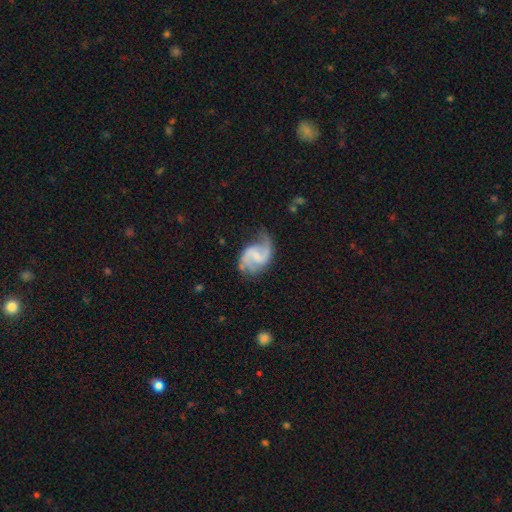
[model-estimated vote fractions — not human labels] Smooth or featured?
  - featured or disk: 84% *
  - smooth: 11%
  - star or artifact: 5%
Edge-on disk?
  - no: 98% *
  - yes: 2%
Bar?
  - weak: 55% *
  - no: 24%
  - strong: 20%
Spiral arms?
  - yes: 95% *
  - no: 5%
Spiral winding?
  - loose: 45% *
  - medium: 43%
  - tight: 12%
Spiral arm count?
  - 2: 87% *
  - 1: 5%
  - can't tell: 4%
  - 3: 2%
  - 4: 1%
  - more than 4: 1%
Bulge size?
  - none: 40% *
  - small: 38%
  - moderate: 18%
  - large: 3%
  - dominant: 1%
Merging?
  - none: 57% *
  - minor disturbance: 25%
  - major disturbance: 16%
  - merger: 2%